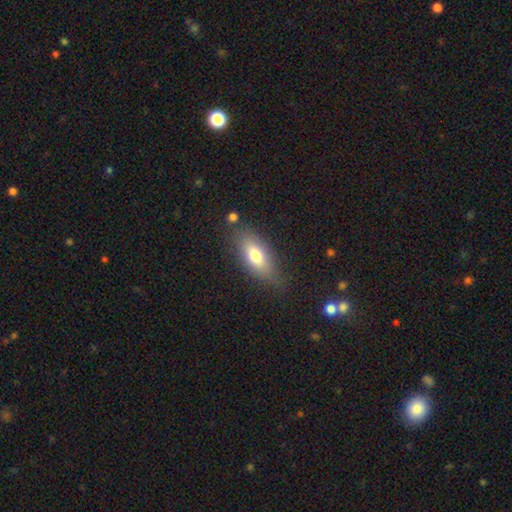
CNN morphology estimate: The model was most divided on "smooth or featured": smooth: 71%, featured or disk: 21%, star or artifact: 8%. More confident: how rounded — in between (79%); merging — none (74%).